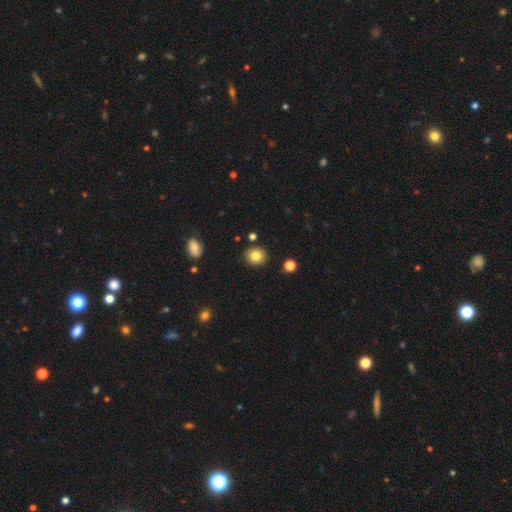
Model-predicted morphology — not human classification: smooth_or_featured: smooth (p=0.82) [alt: star or artifact p=0.10]
how_rounded: round (p=0.70) [alt: in between p=0.29]
merging: none (p=0.88) [alt: minor disturbance p=0.08]